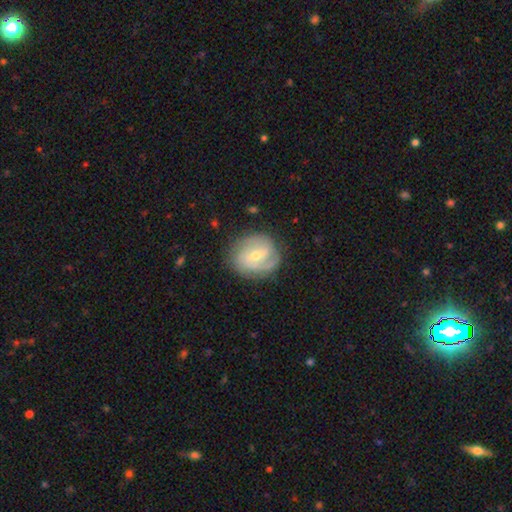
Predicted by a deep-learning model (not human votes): This is clearly a featured or disk galaxy (80%). It is clearly not viewed edge-on (98%). Bar: possibly weak (51%). Spiral arm pattern: clearly yes (95%). Spiral arm count: marginally 2 (44%). Spiral winding: possibly tight (52%). Central bulge: possibly small (50%). Merging: likely none (79%).